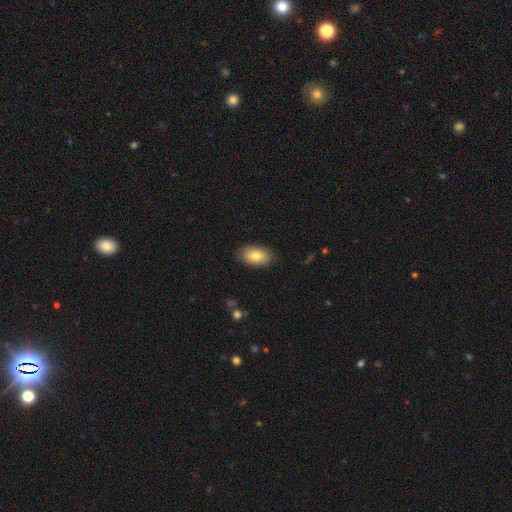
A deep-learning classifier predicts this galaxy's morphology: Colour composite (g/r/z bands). It shows a smooth galaxy with no disk features (80%) that is in between round and cigar-shaped (92%). Merging: none (87%).